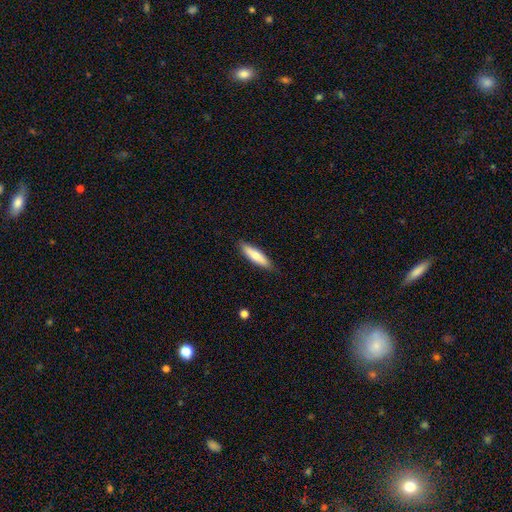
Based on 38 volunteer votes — A smooth galaxy with no disk features (61%) that is cigar-shaped (87%). Merging: none (84%).